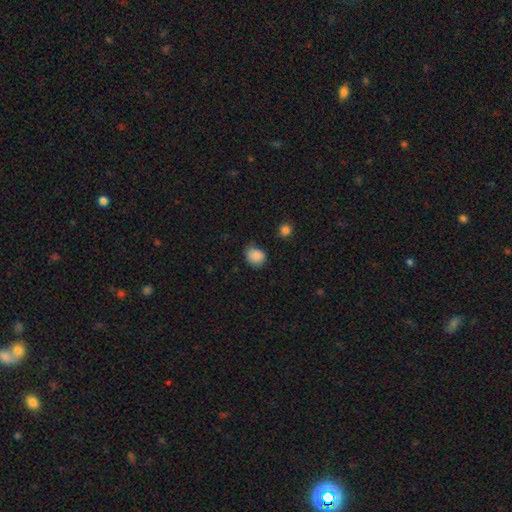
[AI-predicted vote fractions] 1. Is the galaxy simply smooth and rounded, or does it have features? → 86% smooth, 9% star or artifact, 4% featured or disk.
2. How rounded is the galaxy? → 67% round, 32% in between, 1% cigar-shaped.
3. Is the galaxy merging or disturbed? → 66% none, 26% minor disturbance, 5% major disturbance, 3% merger.